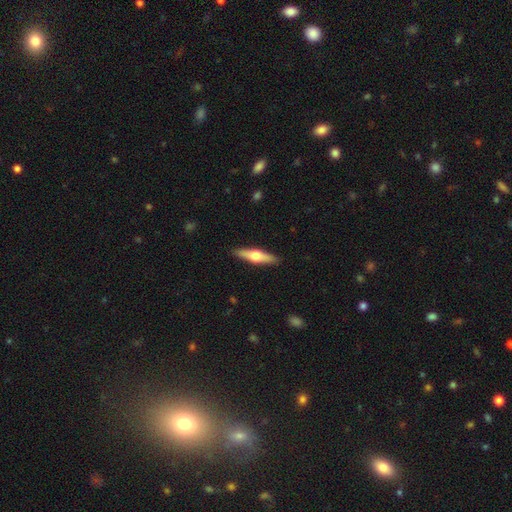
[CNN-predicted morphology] smooth-or-featured: featured or disk: 56% | smooth: 39% | star or artifact: 5%
  disk-edge-on: yes: 95% | no: 5%
    edge-on-bulge: rounded: 94% | boxy: 3% | none: 2%
  merging: none: 91% | minor disturbance: 7% | major disturbance: 1% | merger: 1%